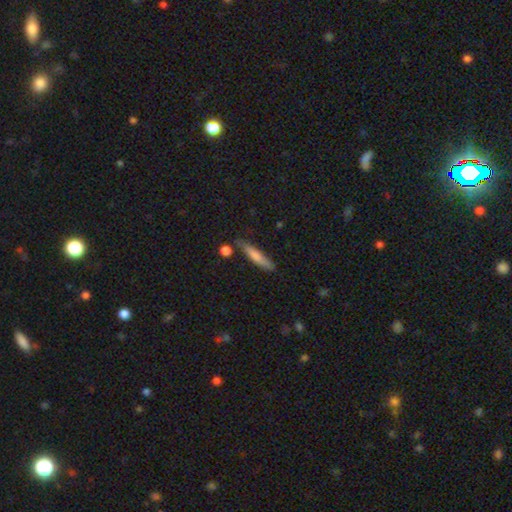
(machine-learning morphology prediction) The model was most divided on "smooth or featured": smooth: 71%, featured or disk: 23%, star or artifact: 6%. More confident: how rounded — cigar-shaped (88%); merging — none (76%).